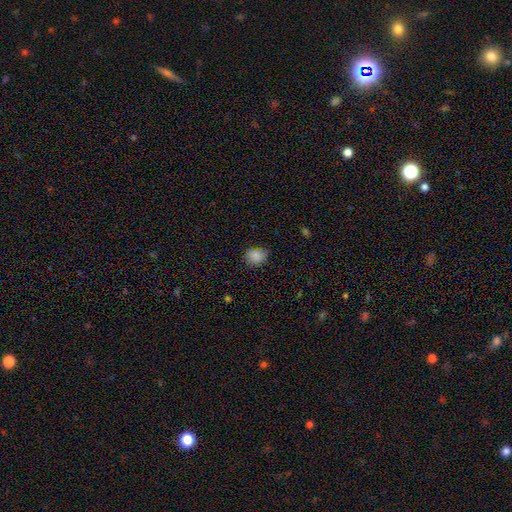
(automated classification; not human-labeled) Q: Smooth or featured?
A: smooth (86%); runner-up: star or artifact (10%)
Q: How rounded?
A: round (63%); runner-up: in between (36%)
Q: Merging?
A: none (76%); runner-up: minor disturbance (19%)